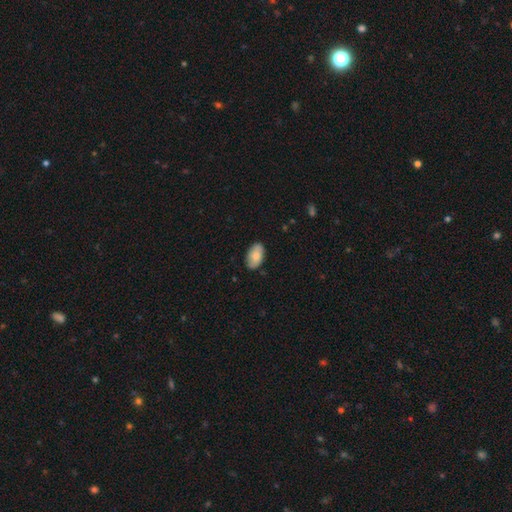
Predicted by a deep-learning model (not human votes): smooth_or_featured: smooth (p=0.79) [alt: featured or disk p=0.15]
how_rounded: in between (p=0.94) [alt: round p=0.05]
merging: none (p=0.83) [alt: minor disturbance p=0.14]